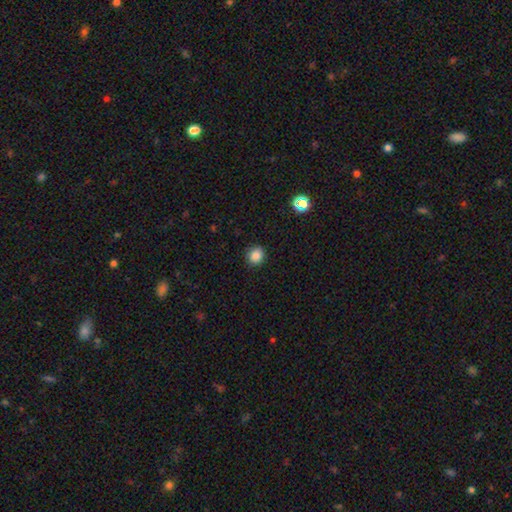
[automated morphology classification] A smooth galaxy with no disk features (84%) that is round (82%).

Vote fractions:
- Smooth or featured? smooth: 84% / star or artifact: 12% / featured or disk: 4%
- How rounded? round: 82% / in between: 17% / cigar-shaped: 1%
- Merging? none: 90% / minor disturbance: 7% / major disturbance: 2% / merger: 1%